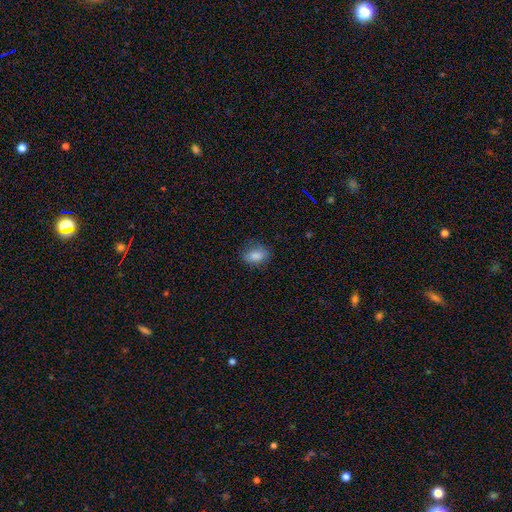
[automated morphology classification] Smooth or featured?
  - smooth: 85% *
  - star or artifact: 8%
  - featured or disk: 7%
How rounded?
  - in between: 84% *
  - round: 13%
  - cigar-shaped: 2%
Merging?
  - none: 76% *
  - minor disturbance: 18%
  - major disturbance: 4%
  - merger: 1%